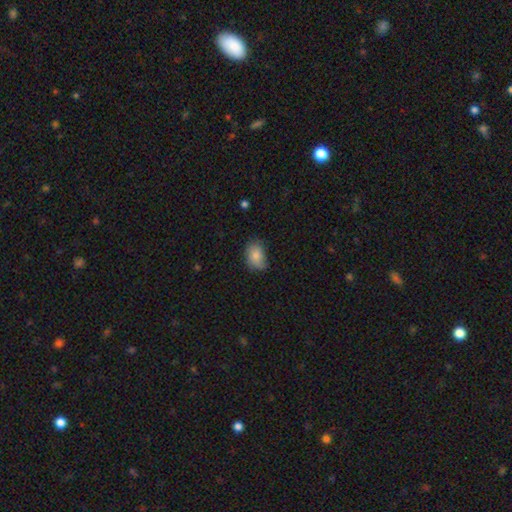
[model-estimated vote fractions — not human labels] Smooth or featured? smooth (83%)
How rounded? in between (81%)
Merging? none (61%)